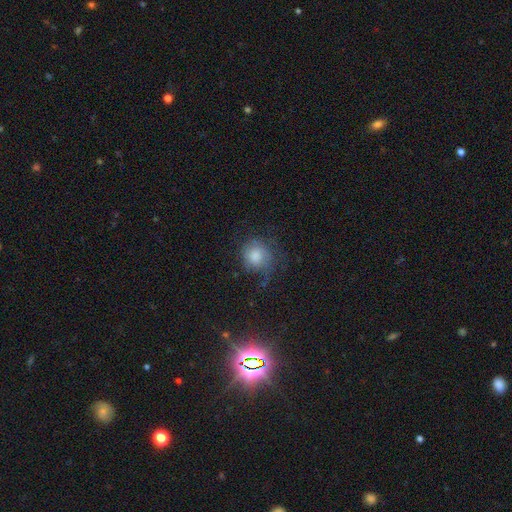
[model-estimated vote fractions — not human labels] Smooth or featured? smooth (64%)
How rounded? round (79%)
Merging? none (51%)